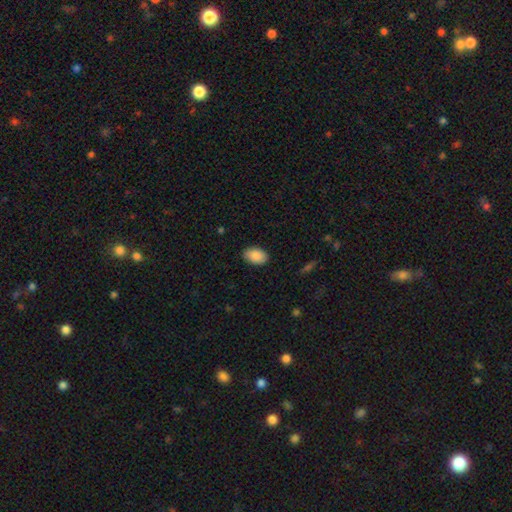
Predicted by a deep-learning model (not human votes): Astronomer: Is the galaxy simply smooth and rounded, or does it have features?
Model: smooth — 90%.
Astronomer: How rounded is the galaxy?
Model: in between — 91%.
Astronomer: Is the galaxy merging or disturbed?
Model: none — 87%.